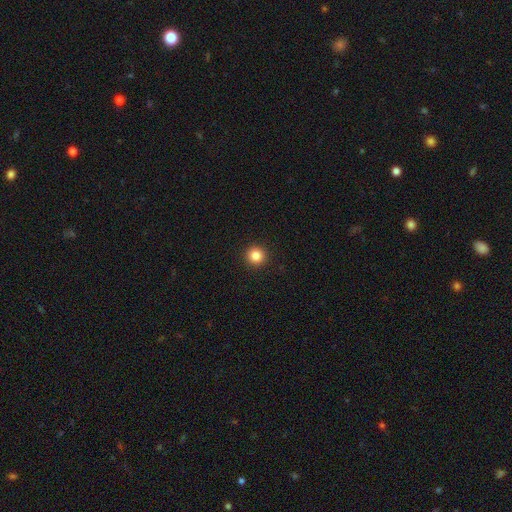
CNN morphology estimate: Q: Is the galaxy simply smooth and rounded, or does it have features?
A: smooth — 85%.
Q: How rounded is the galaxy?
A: round — 95%.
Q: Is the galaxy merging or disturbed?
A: none — 93%.